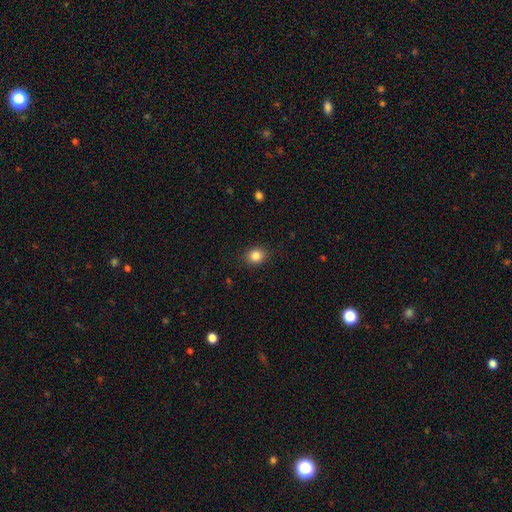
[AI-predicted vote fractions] Smooth or featured? smooth (85%)
How rounded? round (66%)
Merging? none (88%)